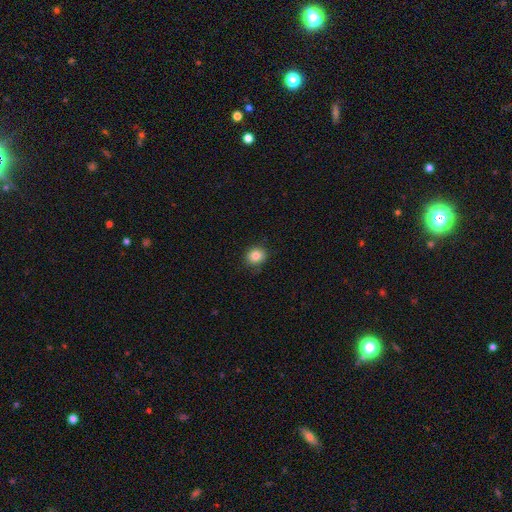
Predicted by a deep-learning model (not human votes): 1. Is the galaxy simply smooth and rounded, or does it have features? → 84% smooth, 10% star or artifact, 6% featured or disk.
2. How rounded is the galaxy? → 81% round, 18% in between, 1% cigar-shaped.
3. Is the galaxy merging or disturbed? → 86% none, 11% minor disturbance, 2% major disturbance, 1% merger.